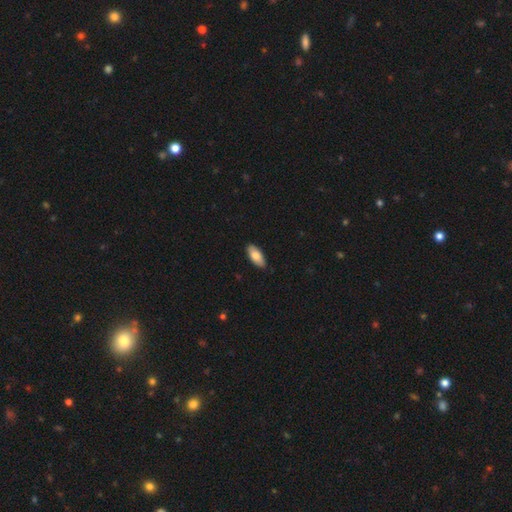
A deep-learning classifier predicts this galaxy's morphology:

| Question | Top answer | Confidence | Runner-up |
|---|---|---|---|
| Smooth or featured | smooth | 81% | featured or disk (14%) |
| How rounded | in between | 86% | cigar-shaped (12%) |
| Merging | none | 89% | minor disturbance (9%) |